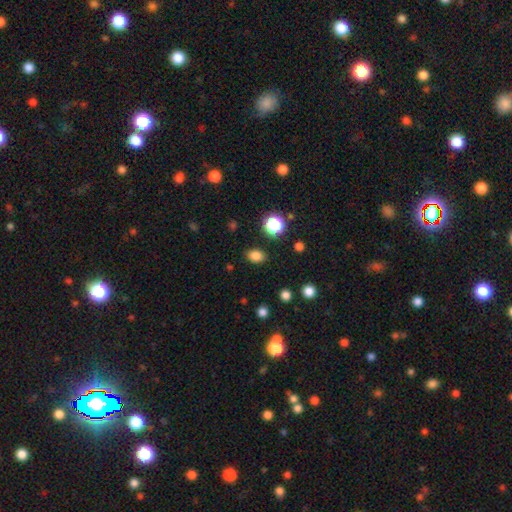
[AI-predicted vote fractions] Smooth or featured?
  - smooth: 82% *
  - star or artifact: 14%
  - featured or disk: 4%
How rounded?
  - in between: 70% *
  - round: 29%
  - cigar-shaped: 1%
Merging?
  - none: 87% *
  - minor disturbance: 9%
  - major disturbance: 3%
  - merger: 2%